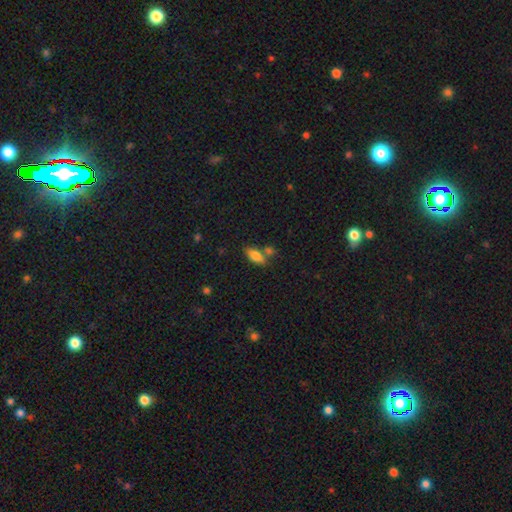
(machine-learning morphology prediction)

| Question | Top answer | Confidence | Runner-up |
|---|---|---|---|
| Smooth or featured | smooth | 80% | featured or disk (12%) |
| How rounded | in between | 86% | cigar-shaped (11%) |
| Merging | none | 59% | merger (23%) |